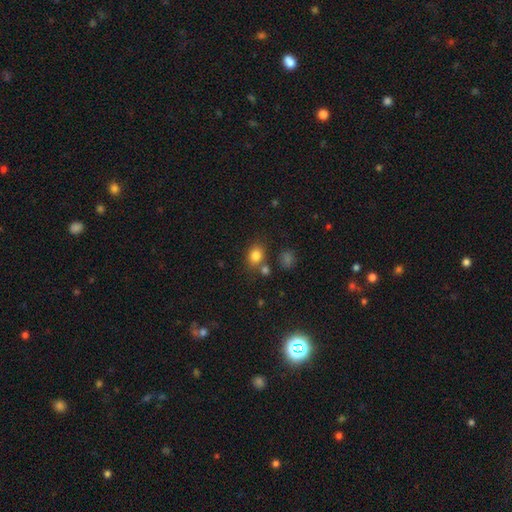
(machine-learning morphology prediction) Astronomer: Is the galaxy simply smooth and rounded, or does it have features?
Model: smooth — 82%.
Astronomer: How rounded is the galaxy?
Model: round — 50% (runner-up: in between, 49%).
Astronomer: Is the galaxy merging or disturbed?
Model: none — 69%.